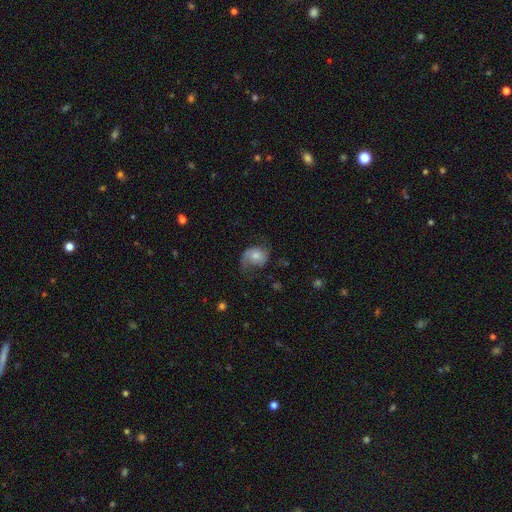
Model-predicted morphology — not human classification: type=featured or disk (62%); edge-on=no (97%); bar=no (68%); spiral arms=yes (90%); winding=loose (53%); arm count=2 (76%); bulge=moderate (47%); merging=none (56%).